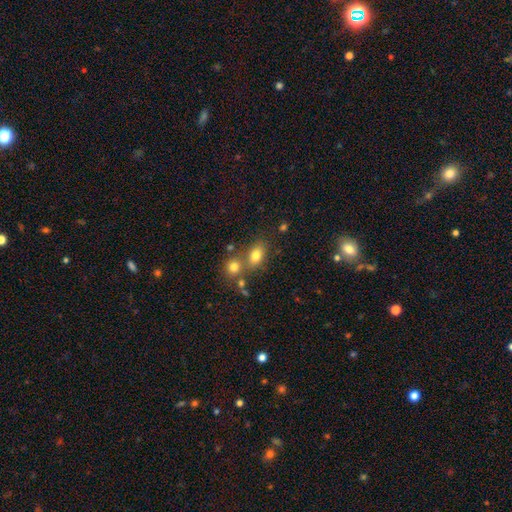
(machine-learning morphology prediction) Smooth or featured? Predicted: smooth (p=0.77). How rounded? Predicted: in between (p=0.75). Merging? Predicted: none (p=0.54).